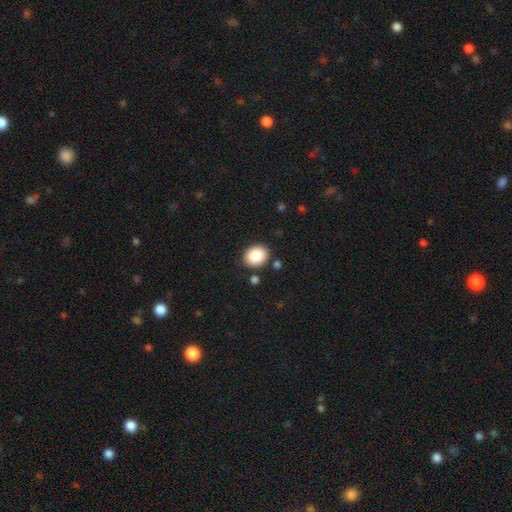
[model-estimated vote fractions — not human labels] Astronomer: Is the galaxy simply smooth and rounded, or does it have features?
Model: smooth — 88%.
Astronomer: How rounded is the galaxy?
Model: round — 53% (runner-up: in between, 46%).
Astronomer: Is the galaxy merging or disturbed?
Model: none — 86%.